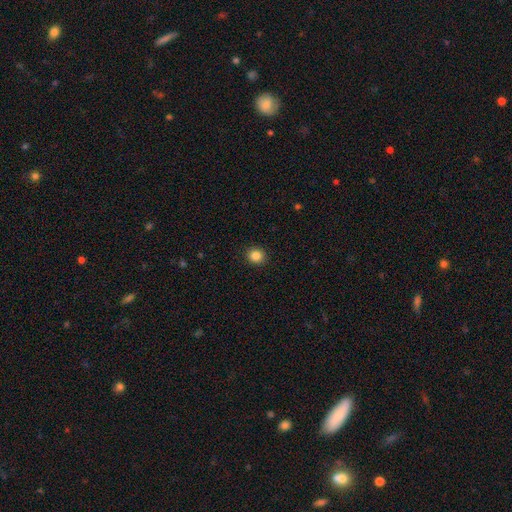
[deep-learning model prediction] Overall: smooth (85%). How rounded: round (85%). Merging: none (92%).